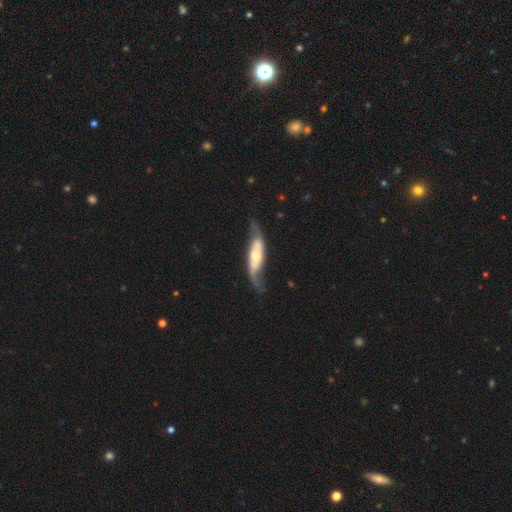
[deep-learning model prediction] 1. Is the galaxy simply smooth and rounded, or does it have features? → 71% featured or disk, 24% smooth, 5% star or artifact.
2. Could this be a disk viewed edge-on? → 72% no, 28% yes.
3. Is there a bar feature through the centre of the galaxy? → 52% no, 28% weak, 20% strong.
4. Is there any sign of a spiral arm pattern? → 85% yes, 15% no.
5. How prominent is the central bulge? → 51% moderate, 29% small, 14% large, 4% none, 2% dominant.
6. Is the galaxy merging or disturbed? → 59% none, 24% minor disturbance, 15% major disturbance, 3% merger.